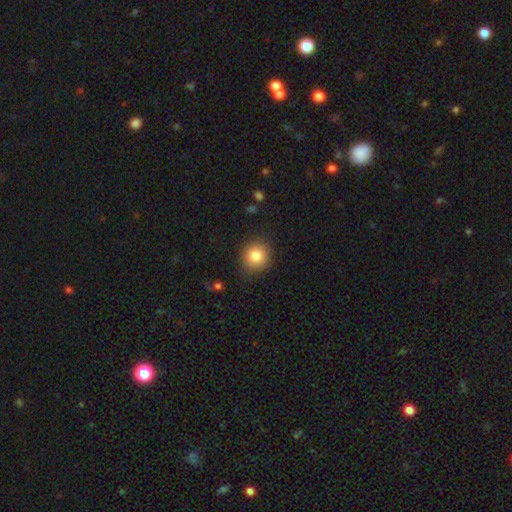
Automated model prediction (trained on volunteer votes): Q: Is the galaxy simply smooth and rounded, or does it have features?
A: smooth — 83%.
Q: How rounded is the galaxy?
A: round — 89%.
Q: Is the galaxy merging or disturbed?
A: none — 86%.